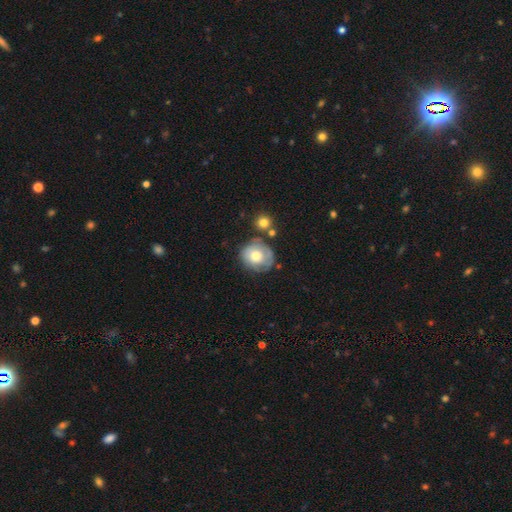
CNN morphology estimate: Smooth or featured?
  - smooth: 59% *
  - featured or disk: 34%
  - star or artifact: 7%
How rounded?
  - round: 85% *
  - in between: 15%
  - cigar-shaped: 1%
Merging?
  - none: 61% *
  - minor disturbance: 22%
  - merger: 10%
  - major disturbance: 8%